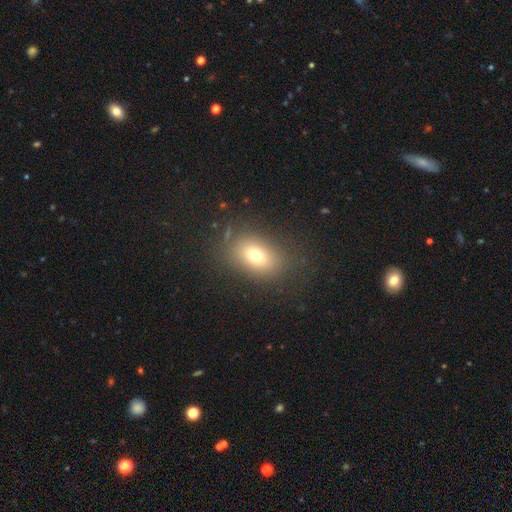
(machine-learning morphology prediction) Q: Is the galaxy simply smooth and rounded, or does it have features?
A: smooth — 72%.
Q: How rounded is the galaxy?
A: in between — 75%.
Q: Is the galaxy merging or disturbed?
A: none — 81%.